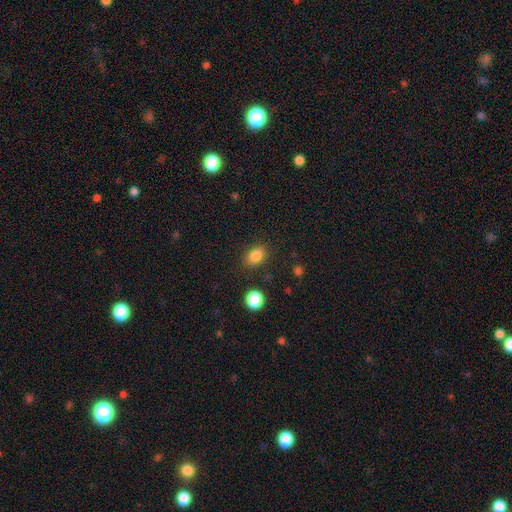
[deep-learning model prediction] smooth_or_featured: smooth (p=0.84) [alt: star or artifact p=0.10]
how_rounded: in between (p=0.75) [alt: round p=0.24]
merging: none (p=0.83) [alt: minor disturbance p=0.10]